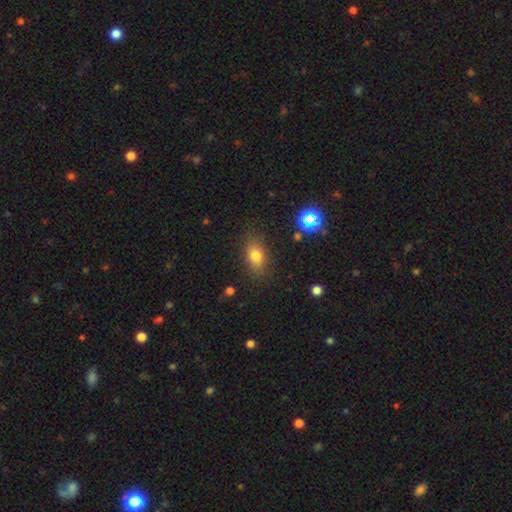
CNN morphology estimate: The model was most divided on "how rounded": in between: 80%, round: 17%, cigar-shaped: 4%. More confident: merging — none (79%); smooth or featured — smooth (77%).